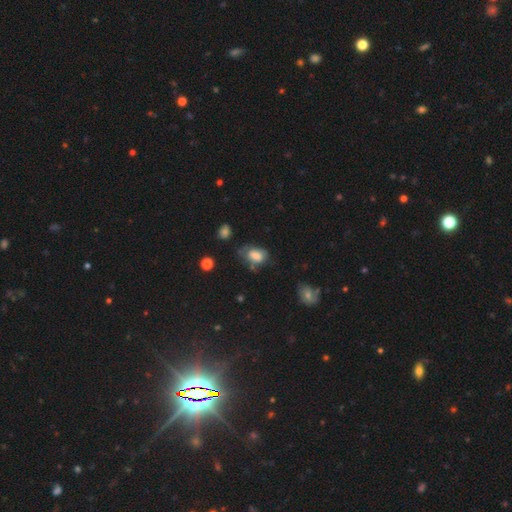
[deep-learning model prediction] A smooth galaxy with no disk features (69%) that is in between round and cigar-shaped (85%). Merging: none (43%).